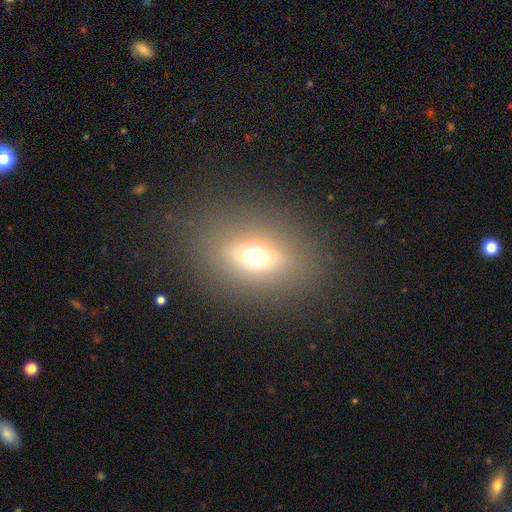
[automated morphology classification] This appears to be a smooth galaxy with no disk features (60%) that is in between round and cigar-shaped (62%). Merging: none (83%).